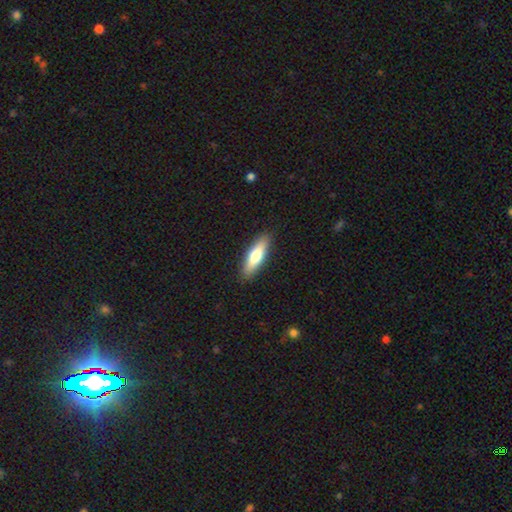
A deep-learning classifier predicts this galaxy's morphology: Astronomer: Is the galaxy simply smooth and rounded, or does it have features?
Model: smooth — 68%.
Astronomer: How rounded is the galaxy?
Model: cigar-shaped — 57% (runner-up: in between, 41%).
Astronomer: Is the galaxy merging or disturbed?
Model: none — 89%.